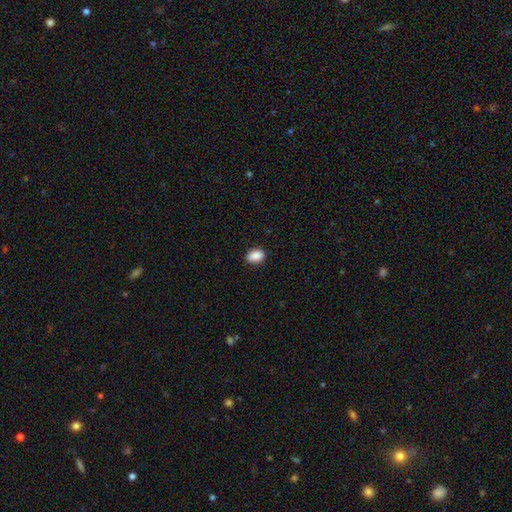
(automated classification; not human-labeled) This is clearly a smooth galaxy (88%). How rounded: likely in between (79%). Merging: clearly none (82%).